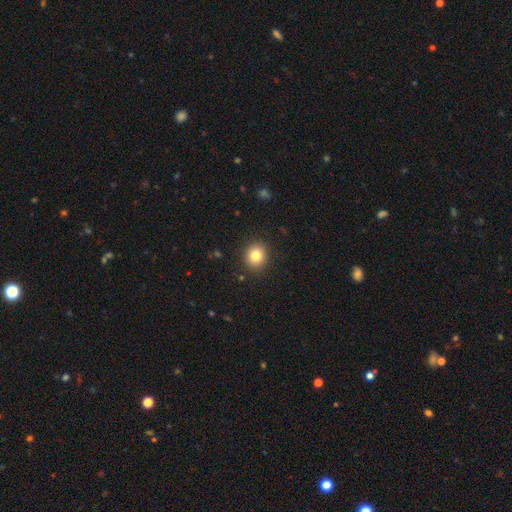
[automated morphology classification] type=smooth (82%); roundness=round (79%); merging=none (90%).